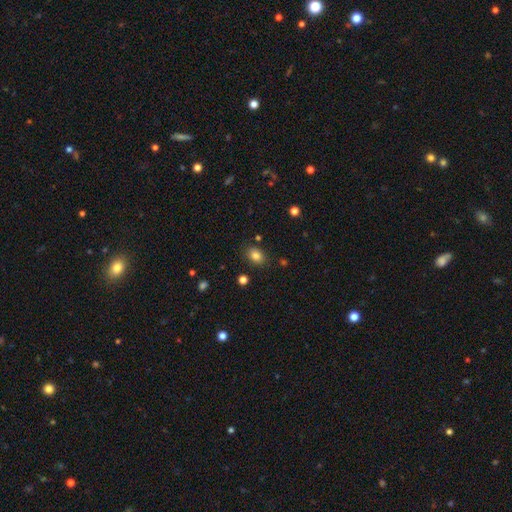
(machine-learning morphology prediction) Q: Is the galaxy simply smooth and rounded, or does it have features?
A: smooth — 82%.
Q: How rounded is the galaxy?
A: in between — 66%.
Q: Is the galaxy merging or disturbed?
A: none — 83%.